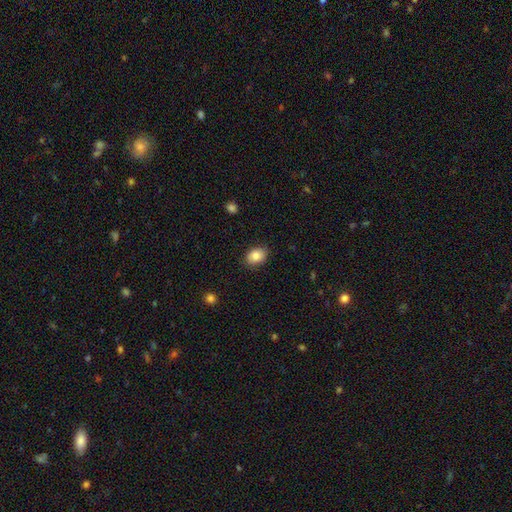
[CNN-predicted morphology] Smooth or featured?
  - smooth: 84% *
  - featured or disk: 8%
  - star or artifact: 8%
How rounded?
  - in between: 73% *
  - round: 26%
  - cigar-shaped: 1%
Merging?
  - none: 86% *
  - minor disturbance: 11%
  - major disturbance: 2%
  - merger: 1%